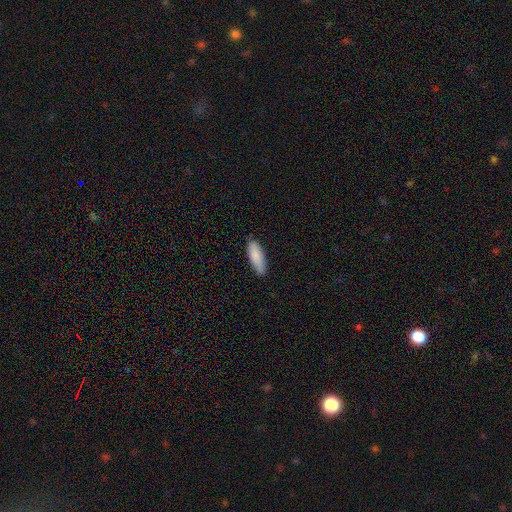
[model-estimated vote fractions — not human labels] Smooth or featured?
  - smooth: 87% *
  - featured or disk: 8%
  - star or artifact: 5%
How rounded?
  - in between: 61% *
  - cigar-shaped: 37%
  - round: 2%
Merging?
  - none: 83% *
  - minor disturbance: 14%
  - major disturbance: 2%
  - merger: 1%